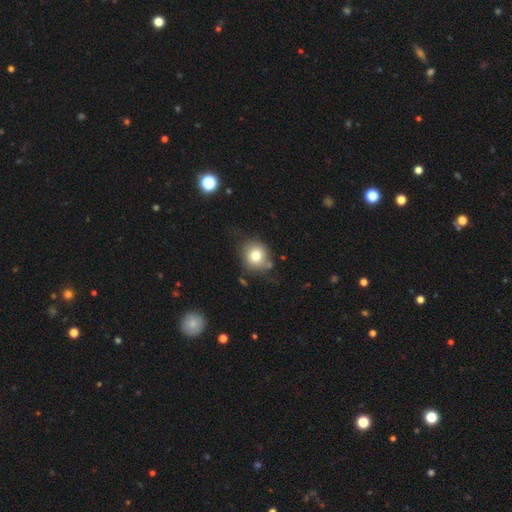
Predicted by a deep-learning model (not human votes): This appears to be a smooth galaxy with no disk features (77%) that is round (85%). Merging: none (69%).